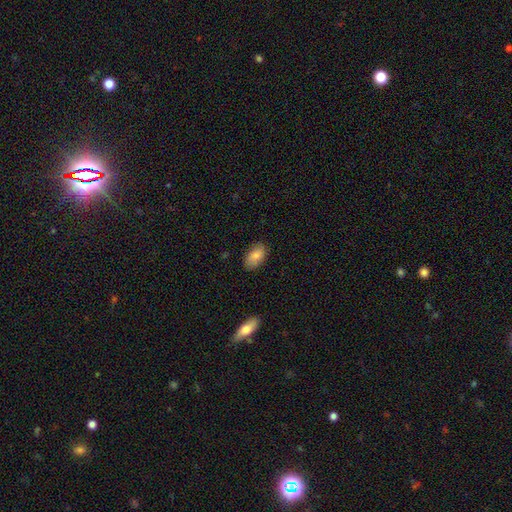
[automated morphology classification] Overall: smooth (82%). How rounded: in between (93%). Merging: none (83%).